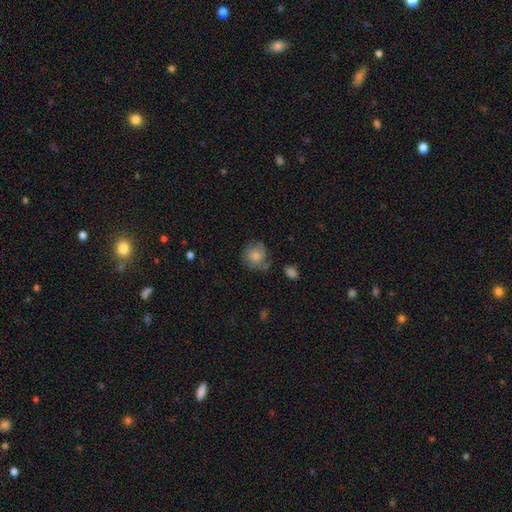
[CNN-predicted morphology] This appears to be a smooth galaxy with no disk features (52%) that is round (81%). Merging: none (58%).